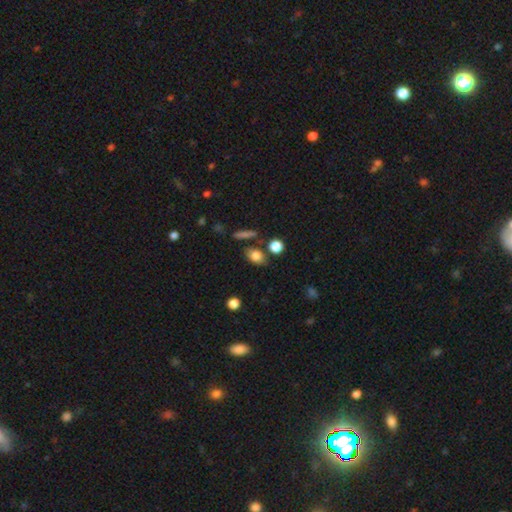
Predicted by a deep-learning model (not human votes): smooth-or-featured: smooth: 81% | star or artifact: 10% | featured or disk: 9%
  how-rounded: in between: 67% | round: 30% | cigar-shaped: 4%
  merging: none: 73% | minor disturbance: 13% | merger: 10% | major disturbance: 4%